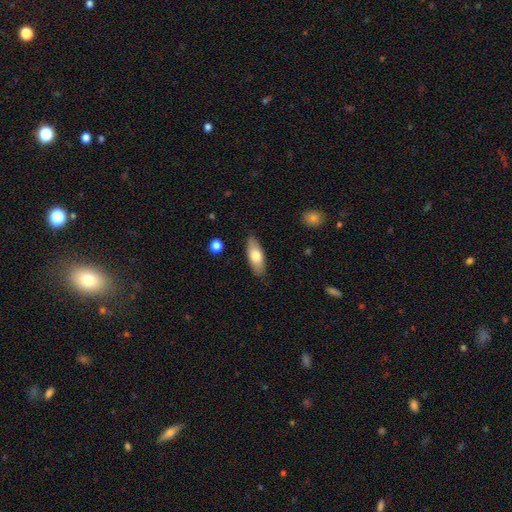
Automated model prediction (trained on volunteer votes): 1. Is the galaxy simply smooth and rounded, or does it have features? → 72% smooth, 22% featured or disk, 6% star or artifact.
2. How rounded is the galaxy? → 75% in between, 23% cigar-shaped, 2% round.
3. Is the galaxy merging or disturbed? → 85% none, 11% minor disturbance, 2% major disturbance, 1% merger.